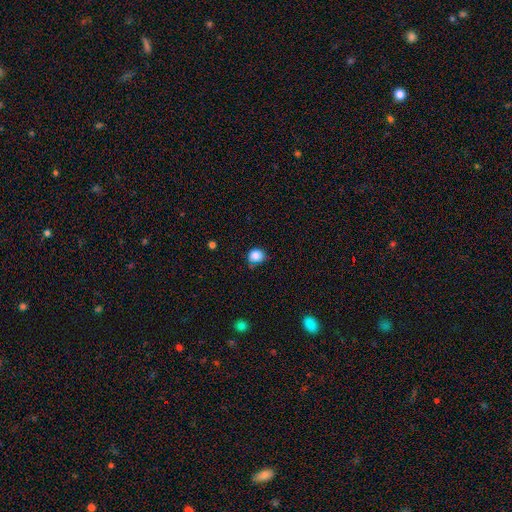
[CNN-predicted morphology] smooth-or-featured: smooth: 85% | star or artifact: 10% | featured or disk: 5%
  how-rounded: round: 80% | in between: 19% | cigar-shaped: 1%
  merging: none: 60% | minor disturbance: 30% | major disturbance: 7% | merger: 4%